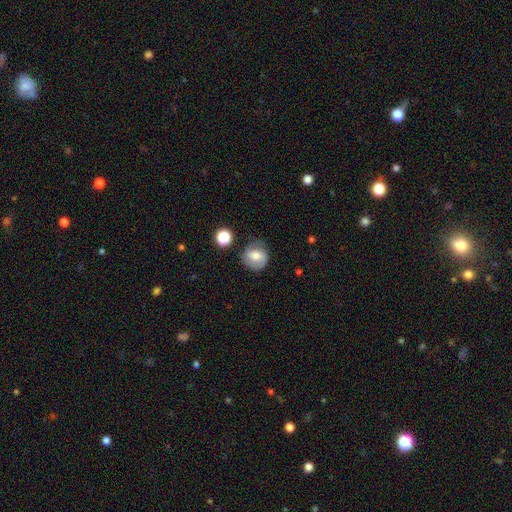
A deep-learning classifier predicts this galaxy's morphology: Q: Smooth or featured?
A: smooth (46%); runner-up: featured or disk (45%)
Q: Merging?
A: none (70%); runner-up: minor disturbance (20%)